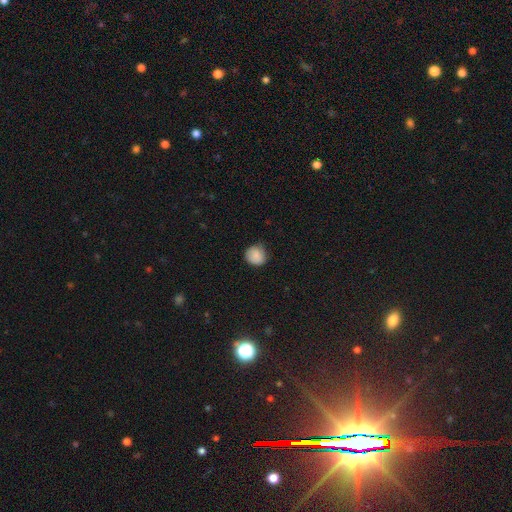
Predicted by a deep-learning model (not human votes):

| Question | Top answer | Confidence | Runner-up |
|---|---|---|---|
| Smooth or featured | smooth | 87% | star or artifact (8%) |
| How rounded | round | 88% | in between (11%) |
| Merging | none | 77% | minor disturbance (19%) |